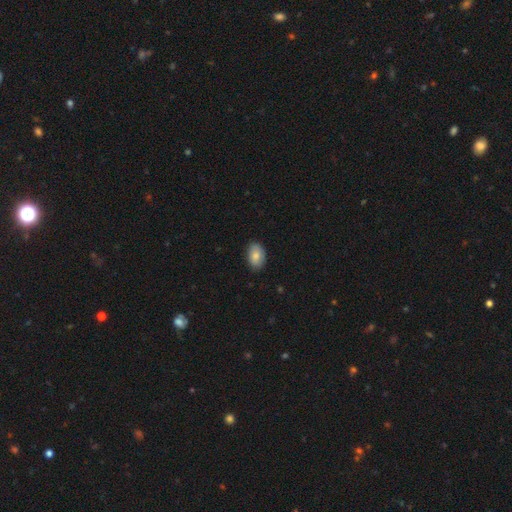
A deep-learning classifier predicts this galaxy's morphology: A smooth galaxy with no disk features (84%) that is in between round and cigar-shaped (90%).

Vote fractions:
- Smooth or featured? smooth: 84% / featured or disk: 9% / star or artifact: 7%
- How rounded? in between: 90% / round: 9% / cigar-shaped: 1%
- Merging? none: 84% / minor disturbance: 13% / major disturbance: 2% / merger: 1%